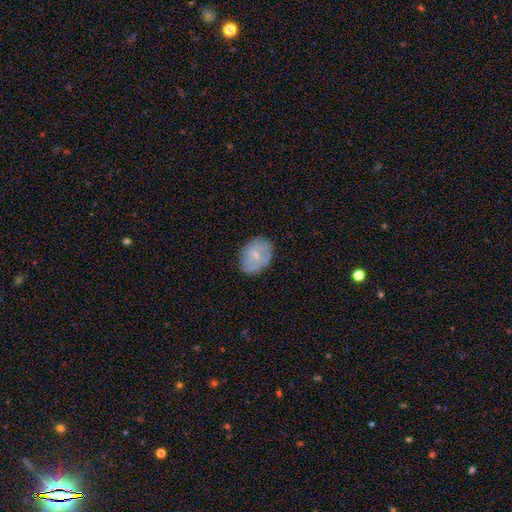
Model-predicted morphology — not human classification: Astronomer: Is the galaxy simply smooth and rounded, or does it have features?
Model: smooth — 51% (runner-up: featured or disk, 41%).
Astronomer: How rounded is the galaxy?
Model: in between — 58% (runner-up: round, 41%).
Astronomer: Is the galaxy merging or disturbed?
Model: none — 75%.